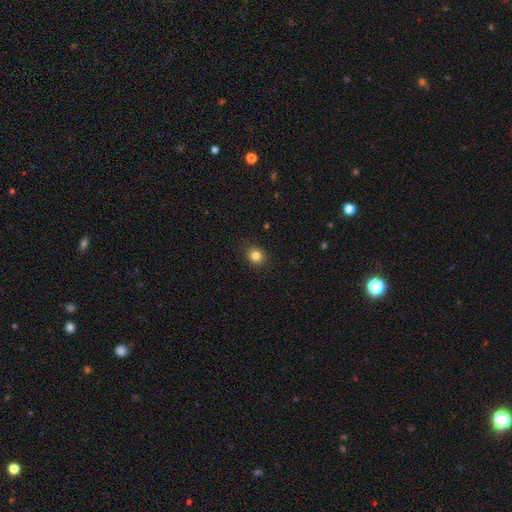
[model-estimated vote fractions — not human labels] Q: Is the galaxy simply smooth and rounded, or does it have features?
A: smooth — 83%.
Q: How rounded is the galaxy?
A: round — 77%.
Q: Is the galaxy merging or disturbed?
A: none — 89%.